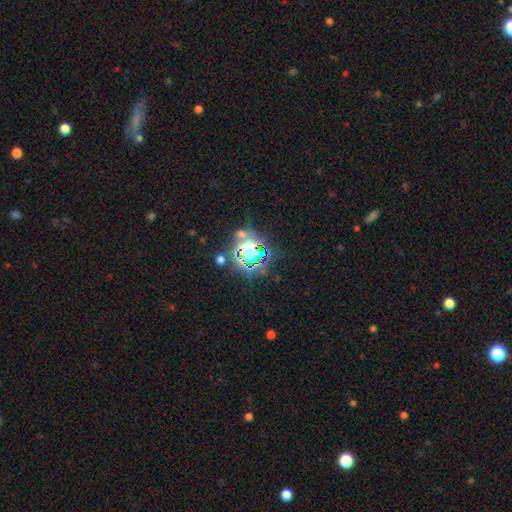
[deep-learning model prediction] smooth_or_featured: star or artifact (p=0.77) [alt: smooth p=0.14]